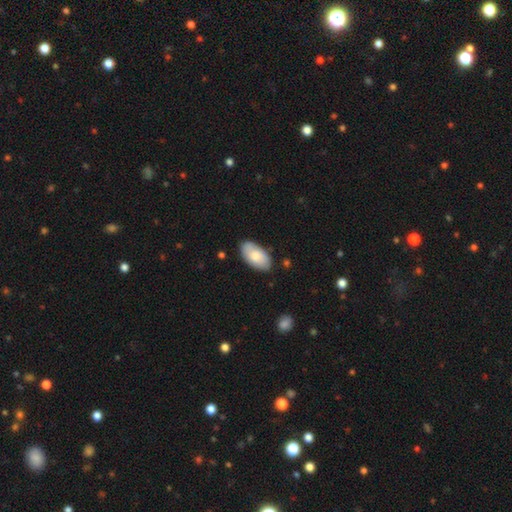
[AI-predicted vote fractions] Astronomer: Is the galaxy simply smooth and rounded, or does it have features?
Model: smooth — 78%.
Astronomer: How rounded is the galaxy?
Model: in between — 95%.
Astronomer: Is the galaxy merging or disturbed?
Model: none — 80%.